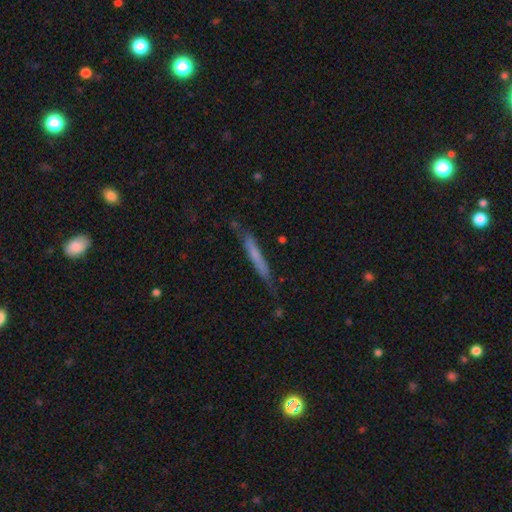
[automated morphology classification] Smooth or featured? smooth (55%)
How rounded? cigar-shaped (95%)
Merging? none (72%)